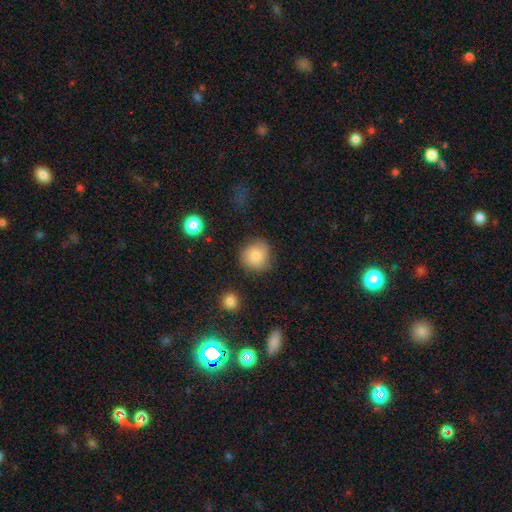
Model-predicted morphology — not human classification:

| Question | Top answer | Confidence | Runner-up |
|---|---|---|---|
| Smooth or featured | smooth | 79% | featured or disk (12%) |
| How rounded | round | 87% | in between (12%) |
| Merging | none | 74% | minor disturbance (18%) |